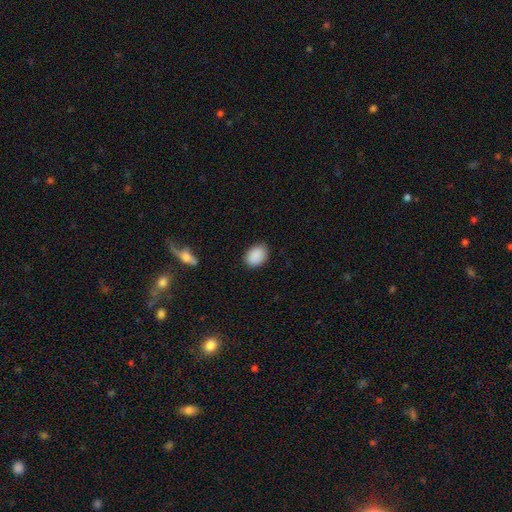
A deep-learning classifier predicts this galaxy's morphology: The model was most divided on "how rounded": in between: 71%, round: 28%, cigar-shaped: 1%. More confident: smooth or featured — smooth (89%); merging — none (84%).